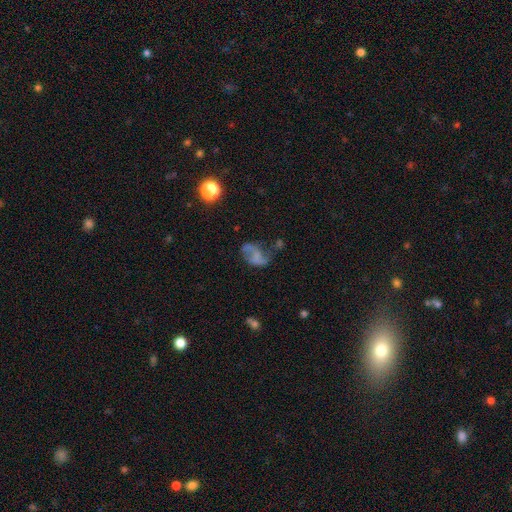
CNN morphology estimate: This is possibly a featured or disk galaxy (57%). It is clearly not viewed edge-on (97%). Bar: likely no (64%). Spiral arm pattern: likely yes (67%). Central bulge: likely none (74%). Merging: marginally none (39%).